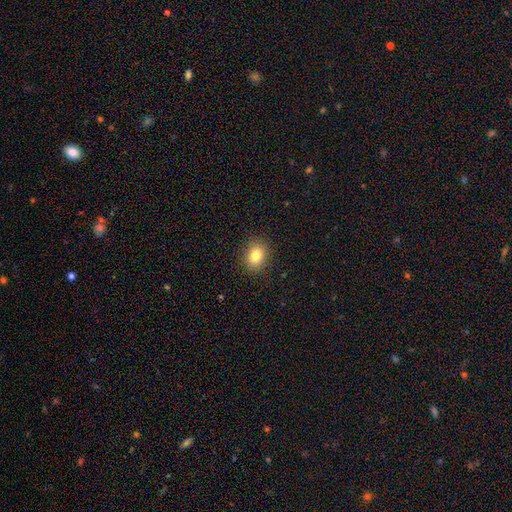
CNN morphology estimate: The model was most divided on "how rounded": in between: 59%, round: 40%, cigar-shaped: 1%. More confident: merging — none (89%); smooth or featured — smooth (82%).